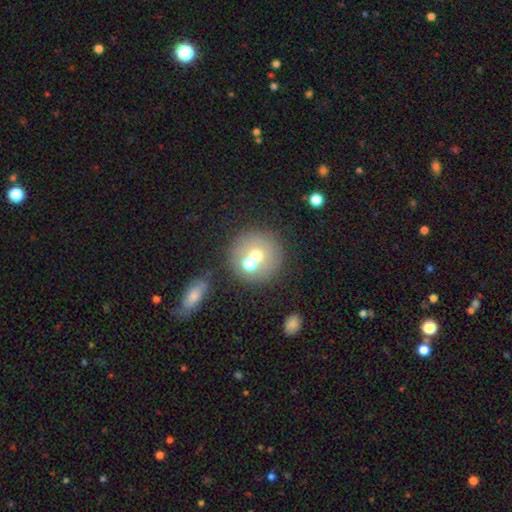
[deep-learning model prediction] Overall: smooth (60%; featured or disk 26%). How rounded: round (92%). Merging: none (55%; merger 32%).